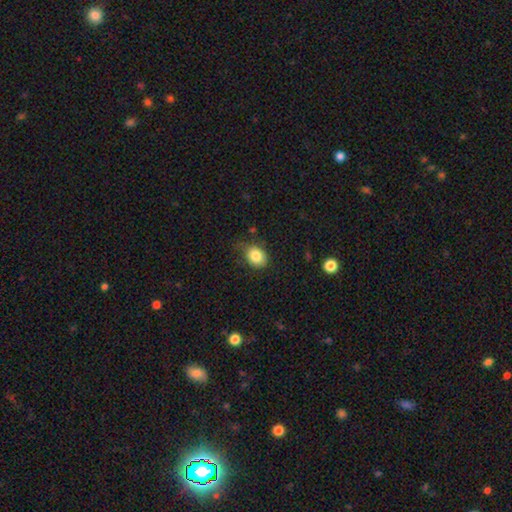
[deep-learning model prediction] Smooth or featured?
  - smooth: 83% *
  - star or artifact: 9%
  - featured or disk: 8%
How rounded?
  - in between: 54% *
  - round: 45%
  - cigar-shaped: 1%
Merging?
  - none: 61% *
  - minor disturbance: 29%
  - major disturbance: 9%
  - merger: 2%